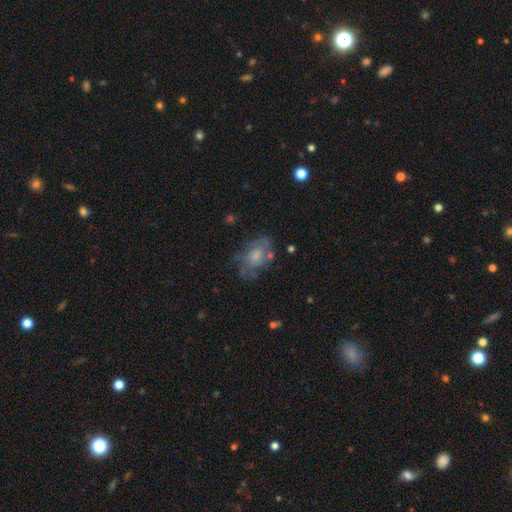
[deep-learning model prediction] Smooth or featured? featured or disk (50%)
Merging? none (55%)